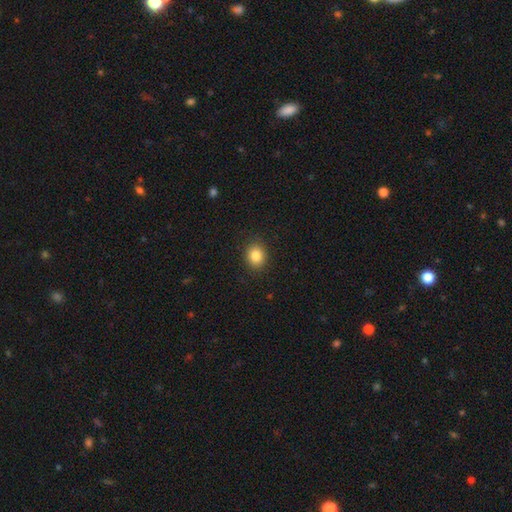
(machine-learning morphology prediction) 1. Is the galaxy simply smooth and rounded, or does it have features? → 84% smooth, 10% star or artifact, 6% featured or disk.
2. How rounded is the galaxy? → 65% round, 34% in between, 1% cigar-shaped.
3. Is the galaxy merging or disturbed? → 89% none, 8% minor disturbance, 2% major disturbance, 1% merger.